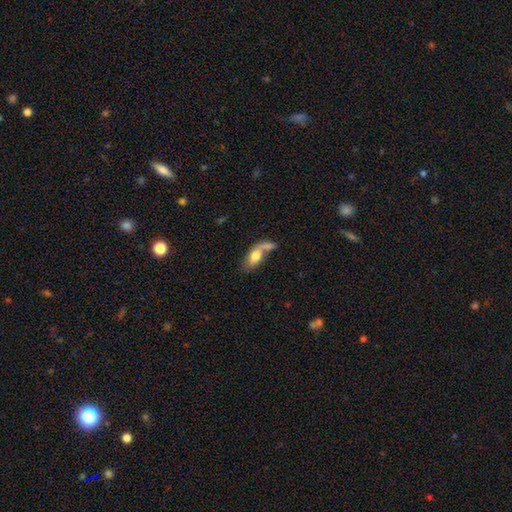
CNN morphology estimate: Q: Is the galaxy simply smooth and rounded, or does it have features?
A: smooth — 66%.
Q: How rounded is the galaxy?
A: in between — 84%.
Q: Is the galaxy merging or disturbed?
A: merger — 44%.